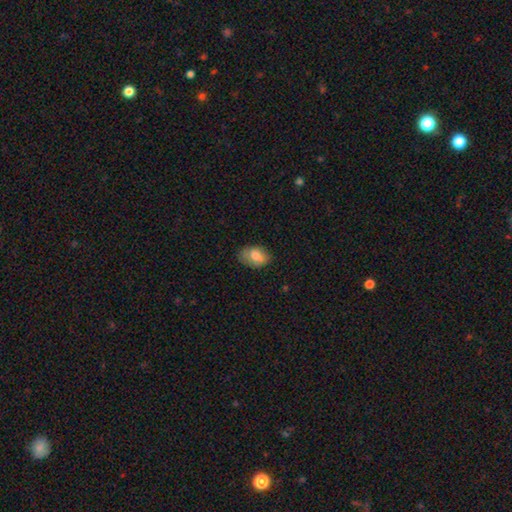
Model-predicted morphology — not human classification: type=smooth (74%); roundness=in between (85%); merging=none (73%).